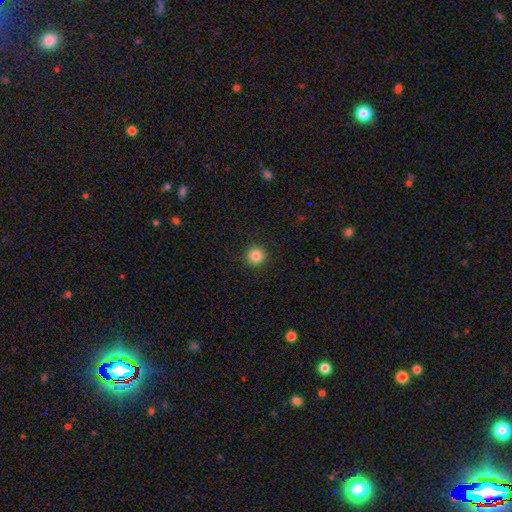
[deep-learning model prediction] A smooth galaxy with no disk features (85%) that is round (96%). Merging: none (93%).